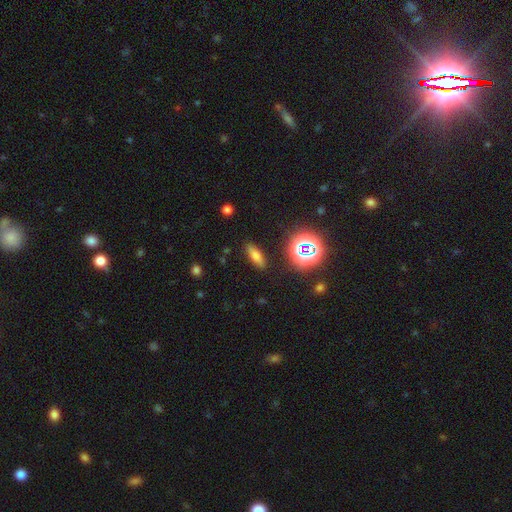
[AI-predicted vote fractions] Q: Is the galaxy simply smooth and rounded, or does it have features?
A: smooth — 68%.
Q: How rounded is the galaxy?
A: in between — 54%.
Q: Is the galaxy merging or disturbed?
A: none — 87%.